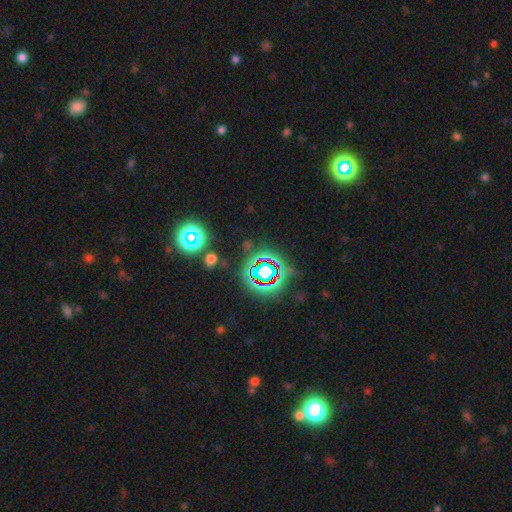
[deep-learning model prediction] This appears to be a star or artifact, not a galaxy (74%).